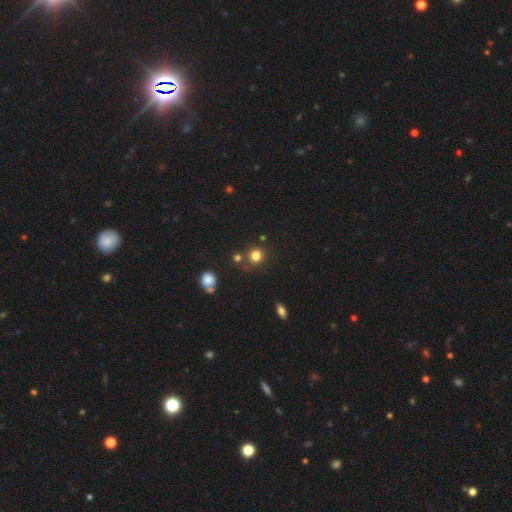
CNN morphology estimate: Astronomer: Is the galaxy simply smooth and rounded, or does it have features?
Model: smooth — 80%.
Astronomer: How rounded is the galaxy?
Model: round — 88%.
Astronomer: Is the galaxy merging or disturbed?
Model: none — 77%.